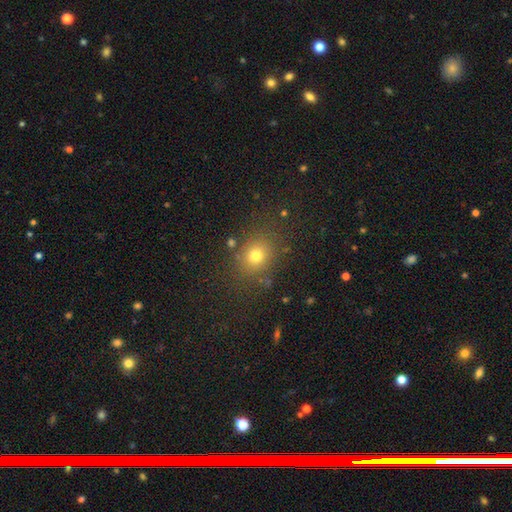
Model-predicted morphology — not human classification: This appears to be a smooth galaxy with no disk features (74%) that is round (69%). Merging: none (81%).